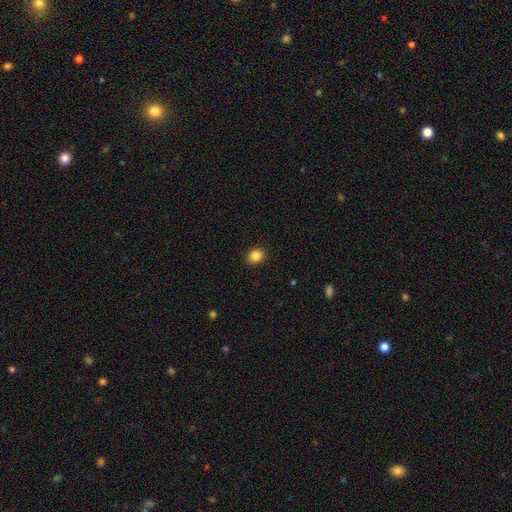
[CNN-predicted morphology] smooth_or_featured: smooth (p=0.85) [alt: star or artifact p=0.10]
how_rounded: round (p=0.70) [alt: in between p=0.29]
merging: none (p=0.92) [alt: minor disturbance p=0.06]